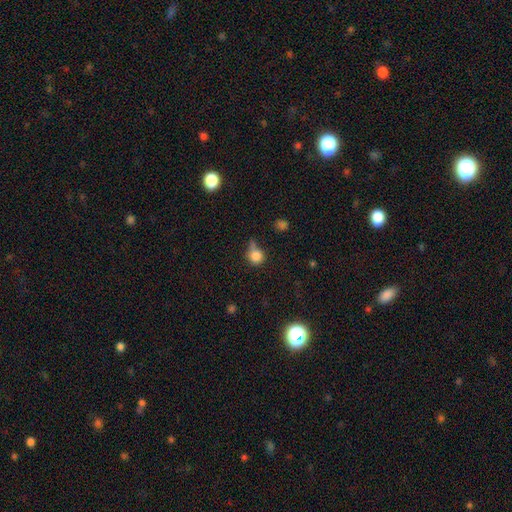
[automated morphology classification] Smooth or featured?
  - smooth: 82% *
  - star or artifact: 12%
  - featured or disk: 7%
How rounded?
  - round: 88% *
  - in between: 11%
  - cigar-shaped: 1%
Merging?
  - none: 54% *
  - minor disturbance: 21%
  - merger: 17%
  - major disturbance: 8%